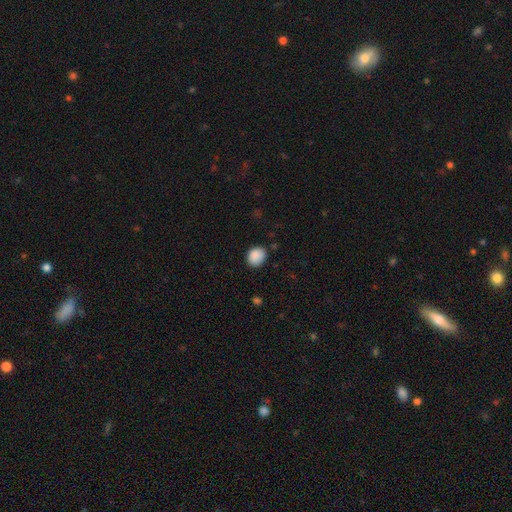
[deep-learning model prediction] smooth 89%, star or artifact 8%, featured or disk 3%. Down the decision tree: how rounded — round (58%); merging — none (79%).